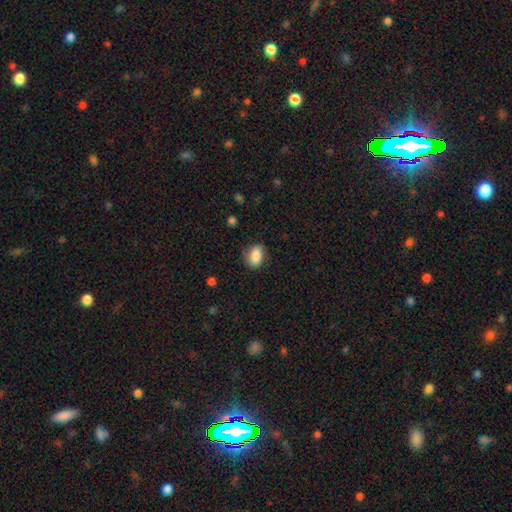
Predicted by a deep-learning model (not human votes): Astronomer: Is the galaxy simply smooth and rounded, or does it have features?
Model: smooth — 82%.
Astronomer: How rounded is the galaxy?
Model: in between — 78%.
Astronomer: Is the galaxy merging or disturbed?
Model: none — 77%.